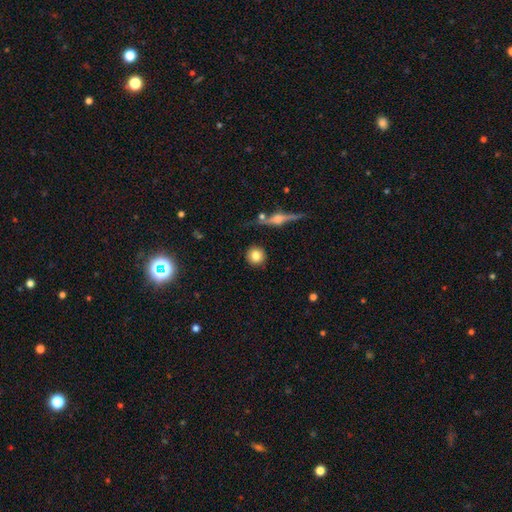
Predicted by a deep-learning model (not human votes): This appears to be a smooth galaxy with no disk features (79%) that is round (91%). Merging: none (86%).